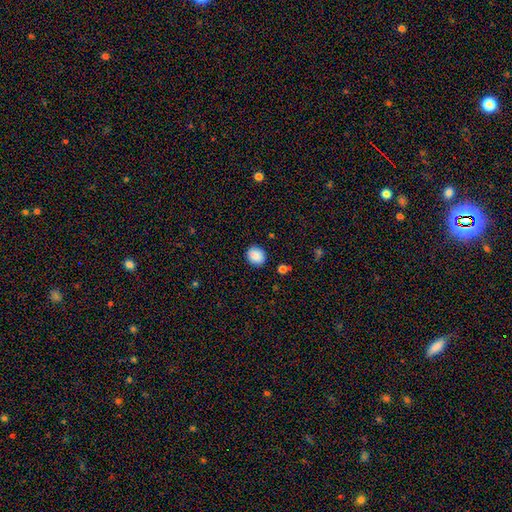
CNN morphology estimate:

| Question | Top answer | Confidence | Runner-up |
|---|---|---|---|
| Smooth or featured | smooth | 88% | star or artifact (8%) |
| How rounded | round | 64% | in between (35%) |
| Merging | none | 89% | minor disturbance (8%) |